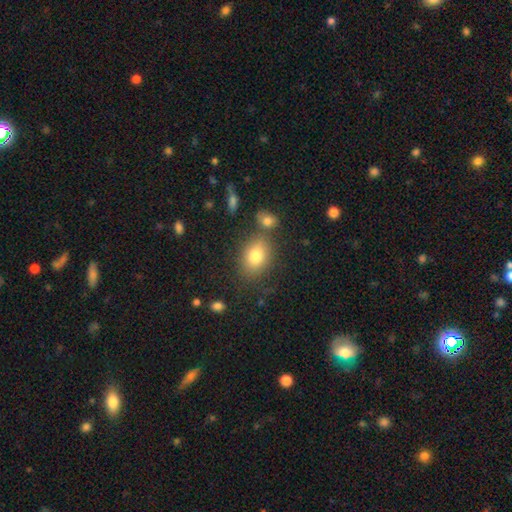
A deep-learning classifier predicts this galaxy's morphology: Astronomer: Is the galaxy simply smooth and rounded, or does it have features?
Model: smooth — 80%.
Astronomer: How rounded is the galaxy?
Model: in between — 74%.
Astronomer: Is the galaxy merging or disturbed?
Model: none — 73%.